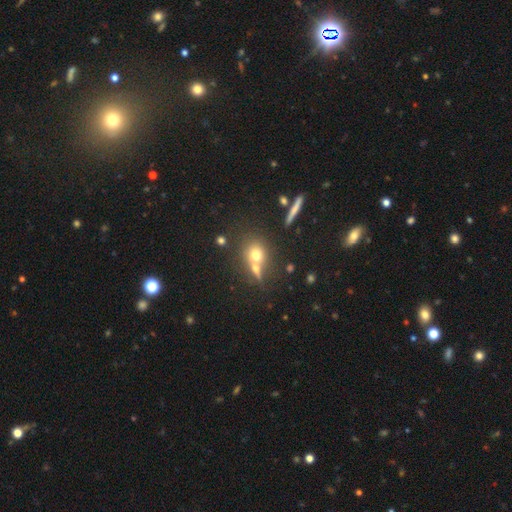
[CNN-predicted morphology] Smooth or featured? smooth (67%)
How rounded? round (75%)
Merging? none (46%)